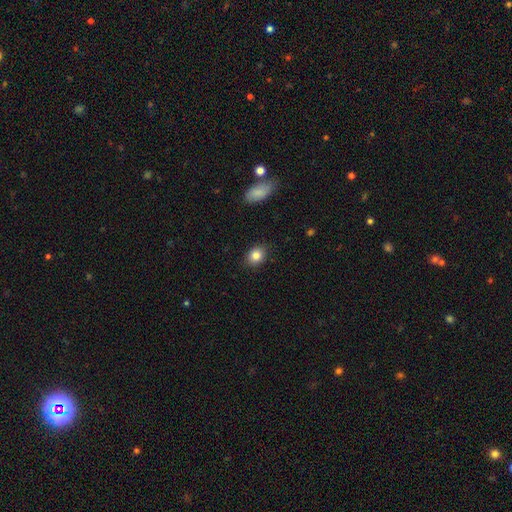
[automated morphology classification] Overall: smooth (84%). How rounded: in between (57%; round 42%). Merging: none (86%).